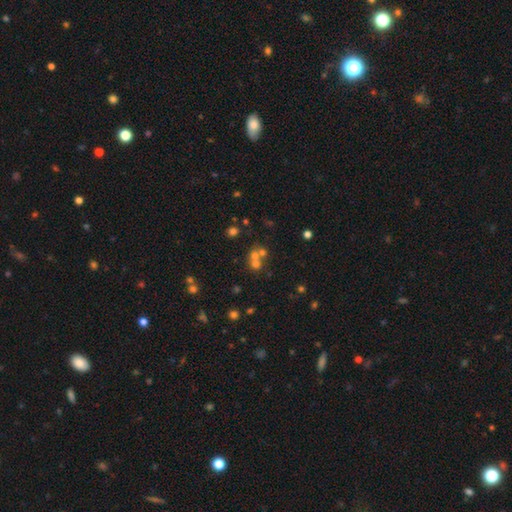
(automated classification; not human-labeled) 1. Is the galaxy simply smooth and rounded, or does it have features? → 50% smooth, 29% star or artifact, 20% featured or disk.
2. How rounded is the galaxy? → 81% round, 18% in between, 1% cigar-shaped.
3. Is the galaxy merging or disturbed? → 45% merger, 44% none, 7% minor disturbance, 4% major disturbance.